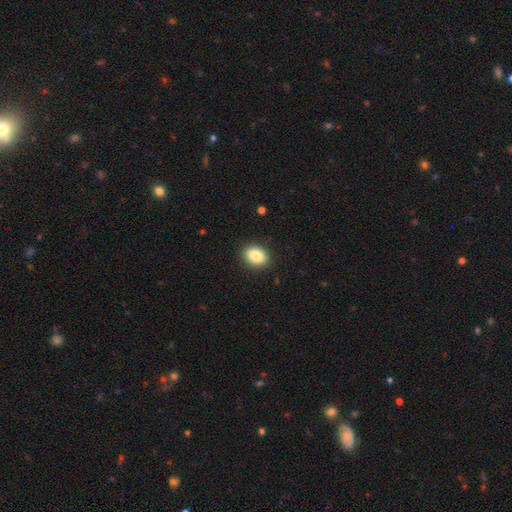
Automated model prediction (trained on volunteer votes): Smooth or featured? Predicted: smooth (p=0.86). How rounded? Predicted: in between (p=0.75). Merging? Predicted: none (p=0.89).